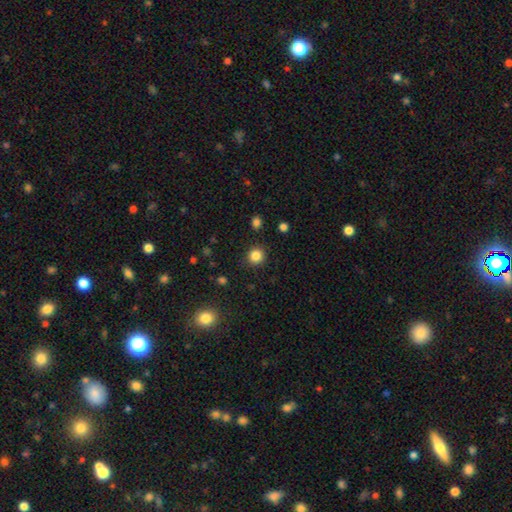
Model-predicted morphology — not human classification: smooth 85%, star or artifact 12%, featured or disk 4%. Down the decision tree: how rounded — round (92%); merging — none (90%).